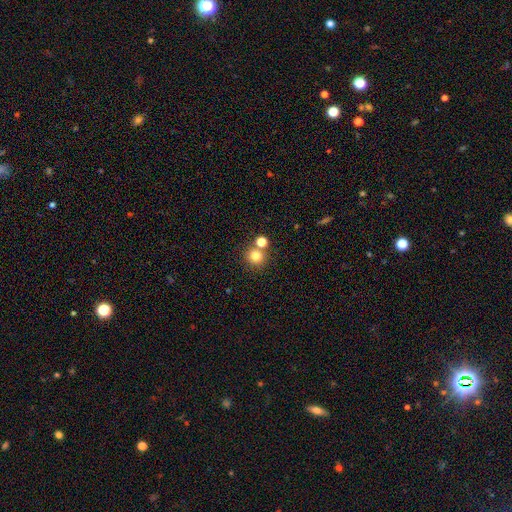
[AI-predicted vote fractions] Q: Smooth or featured?
A: smooth (79%); runner-up: star or artifact (14%)
Q: How rounded?
A: round (92%); runner-up: in between (7%)
Q: Merging?
A: none (71%); runner-up: merger (20%)